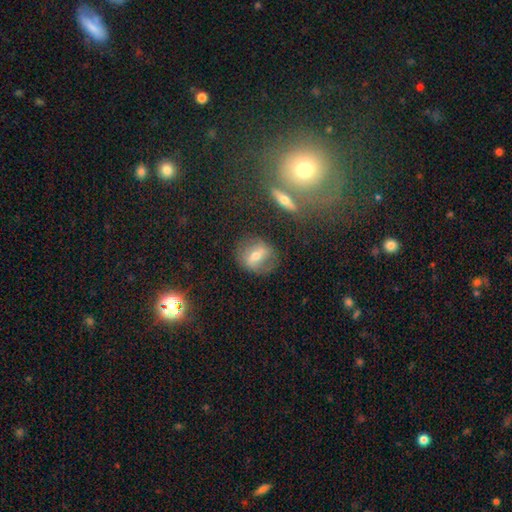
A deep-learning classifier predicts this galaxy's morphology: The model was most divided on "smooth or featured": featured or disk: 49%, smooth: 40%, star or artifact: 11%. More confident: merging — none (73%).